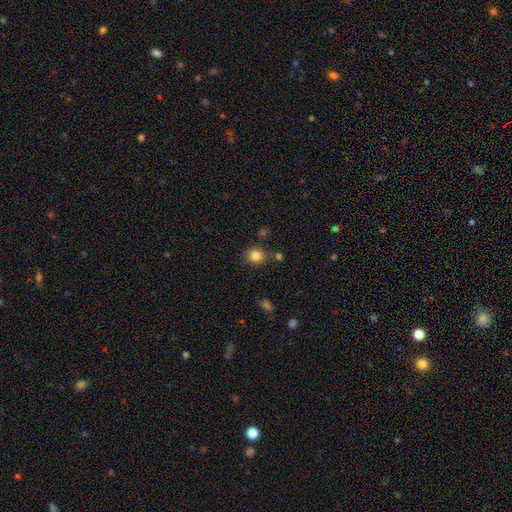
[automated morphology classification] smooth 84%, star or artifact 11%, featured or disk 5%. Down the decision tree: how rounded — round (83%); merging — none (79%).